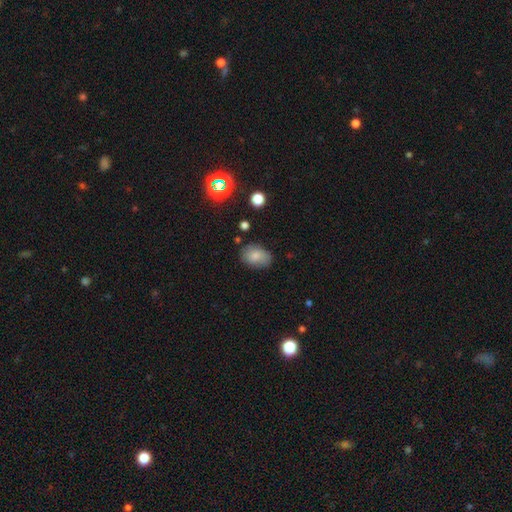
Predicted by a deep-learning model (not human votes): A smooth galaxy with no disk features (78%) that is in between round and cigar-shaped (76%).

Vote fractions:
- Smooth or featured? smooth: 78% / featured or disk: 12% / star or artifact: 10%
- How rounded? in between: 76% / round: 23% / cigar-shaped: 1%
- Merging? none: 72% / minor disturbance: 21% / major disturbance: 5% / merger: 3%